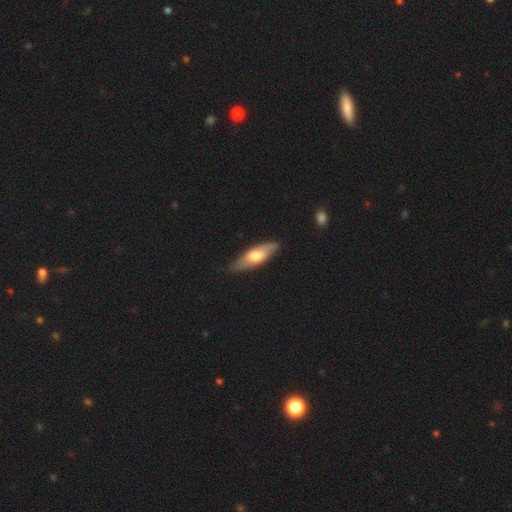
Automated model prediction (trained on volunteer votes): smooth 57%, featured or disk 38%, star or artifact 5%. Down the decision tree: how rounded — in between (51%); merging — none (81%).